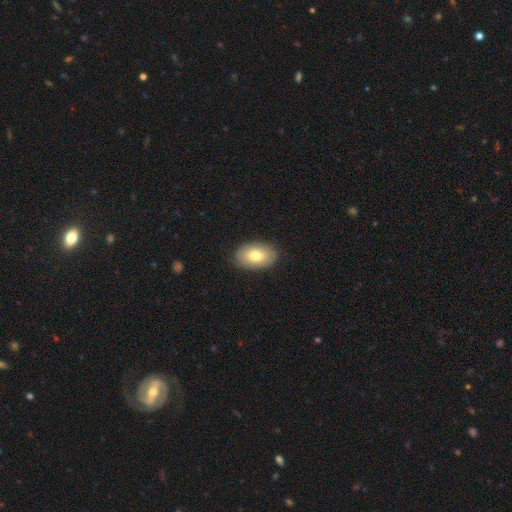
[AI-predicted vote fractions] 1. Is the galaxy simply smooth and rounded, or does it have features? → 76% smooth, 17% featured or disk, 7% star or artifact.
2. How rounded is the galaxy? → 90% in between, 8% round, 1% cigar-shaped.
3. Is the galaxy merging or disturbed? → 87% none, 10% minor disturbance, 2% major disturbance, 1% merger.